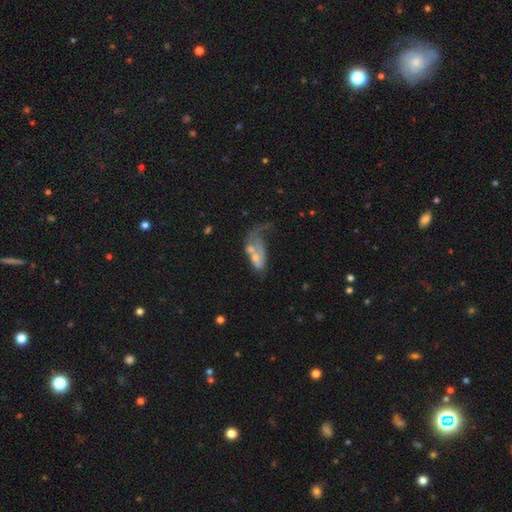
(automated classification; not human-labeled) This is possibly a featured or disk galaxy (49%). Merging: marginally merger (41%).